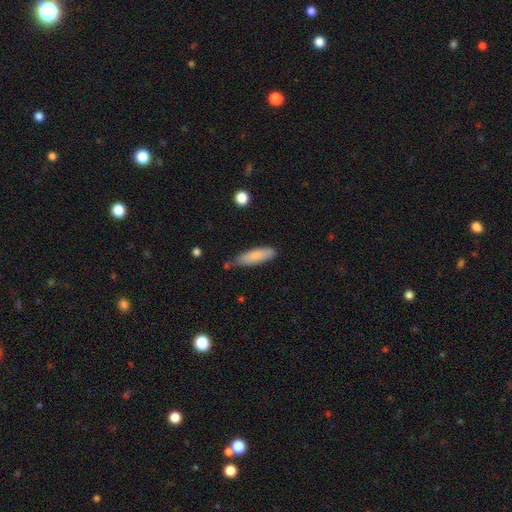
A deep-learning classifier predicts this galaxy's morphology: Smooth or featured? smooth (84%)
How rounded? cigar-shaped (59%)
Merging? none (68%)